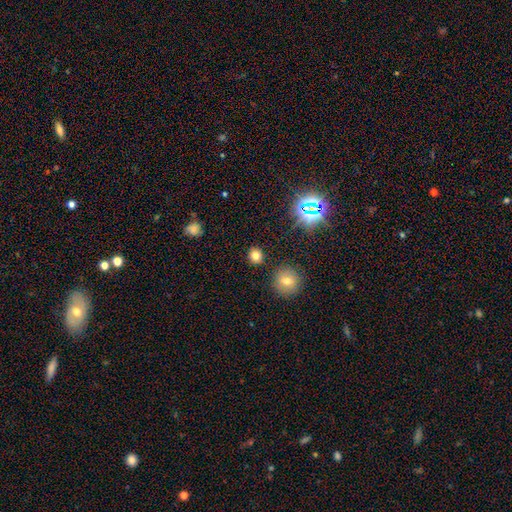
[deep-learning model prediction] smooth 73%, star or artifact 19%, featured or disk 8%. Down the decision tree: how rounded — round (85%); merging — none (89%).